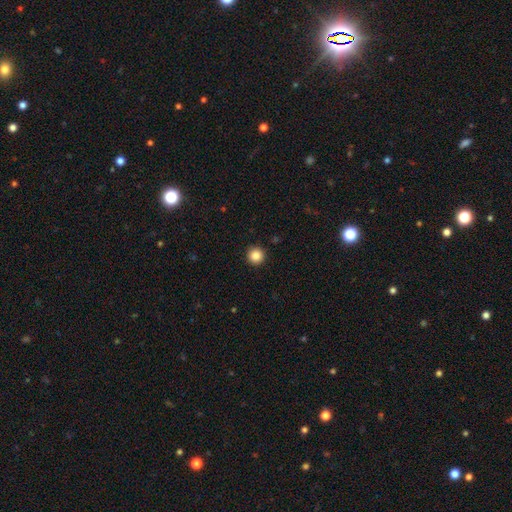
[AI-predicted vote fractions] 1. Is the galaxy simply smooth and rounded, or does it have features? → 87% smooth, 10% star or artifact, 3% featured or disk.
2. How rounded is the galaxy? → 96% round, 3% in between, 1% cigar-shaped.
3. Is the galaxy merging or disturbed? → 93% none, 5% minor disturbance, 2% major disturbance, 1% merger.